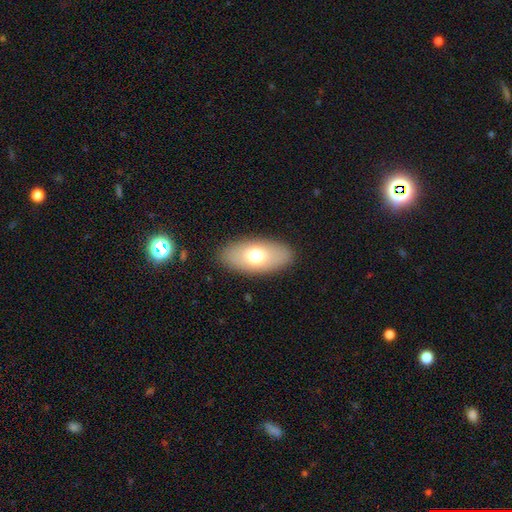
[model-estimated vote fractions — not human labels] Smooth or featured? Predicted: smooth (p=0.69). How rounded? Predicted: in between (p=0.92). Merging? Predicted: none (p=0.87).